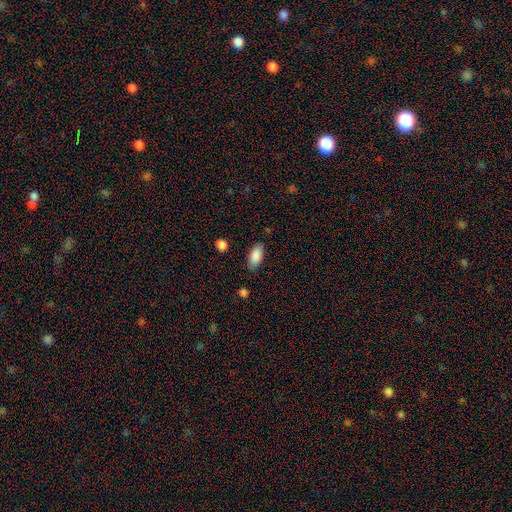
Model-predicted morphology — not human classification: This is clearly a smooth galaxy (87%). How rounded: clearly in between (92%). Merging: likely none (80%).